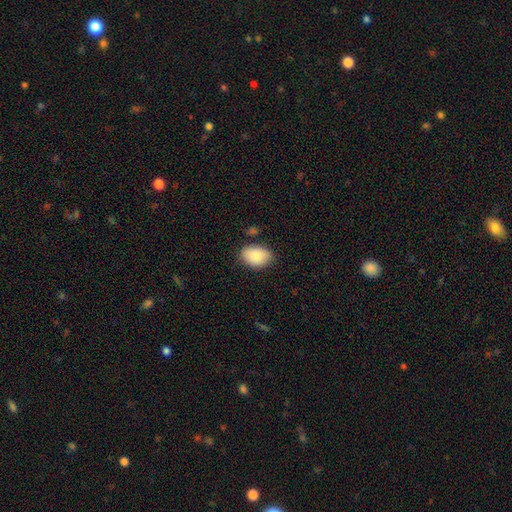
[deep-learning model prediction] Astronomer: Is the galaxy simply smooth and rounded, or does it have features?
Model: smooth — 89%.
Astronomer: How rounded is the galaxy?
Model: in between — 85%.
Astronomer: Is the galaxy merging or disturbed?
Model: none — 80%.